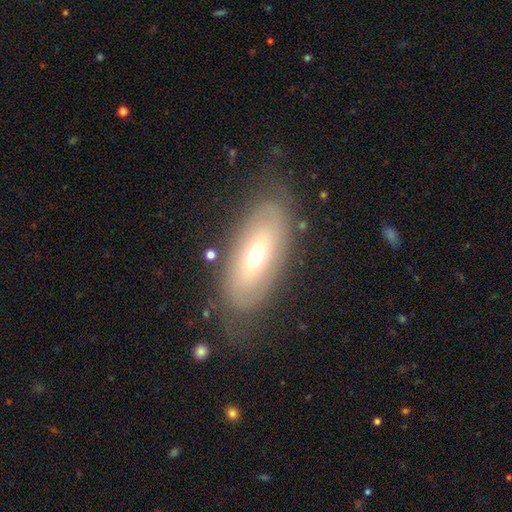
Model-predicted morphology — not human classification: This appears to be a smooth galaxy with no disk features (50%). Merging: none (70%).